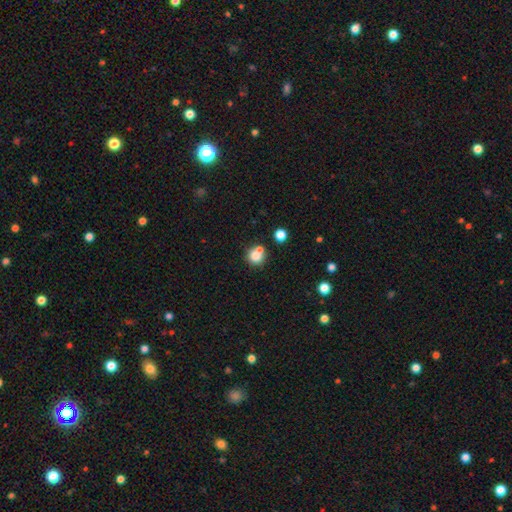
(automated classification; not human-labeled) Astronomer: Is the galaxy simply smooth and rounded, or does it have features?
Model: smooth — 78%.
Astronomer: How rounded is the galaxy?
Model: round — 88%.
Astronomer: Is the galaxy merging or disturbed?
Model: none — 54% (runner-up: merger, 34%).